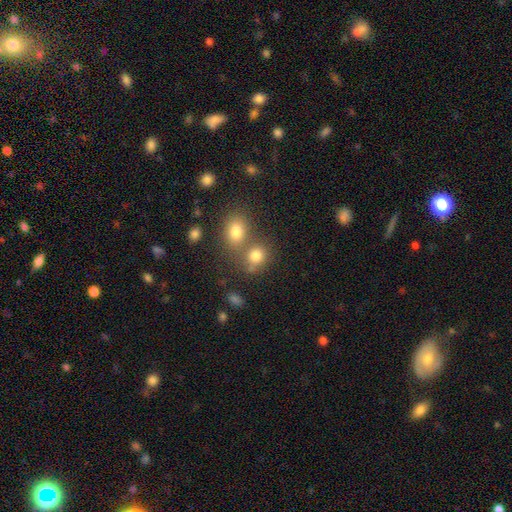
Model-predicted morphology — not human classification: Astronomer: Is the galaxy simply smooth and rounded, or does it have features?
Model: smooth — 79%.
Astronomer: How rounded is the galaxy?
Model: round — 65%.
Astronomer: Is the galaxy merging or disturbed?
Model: none — 49% (runner-up: merger, 37%).